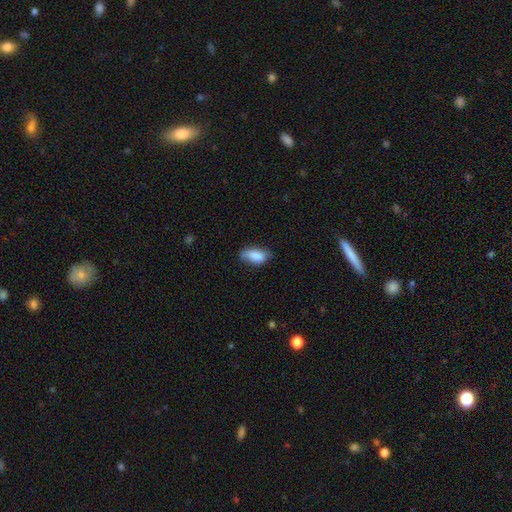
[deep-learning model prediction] Smooth or featured? smooth (85%)
How rounded? in between (91%)
Merging? none (64%)